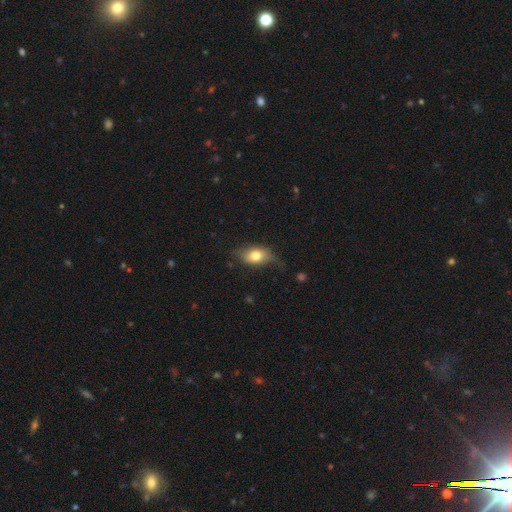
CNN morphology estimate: Smooth or featured: smooth — 74% (featured or disk — 18%)
How rounded: in between — 85% (round — 12%)
Merging: none — 64% (minor disturbance — 27%)